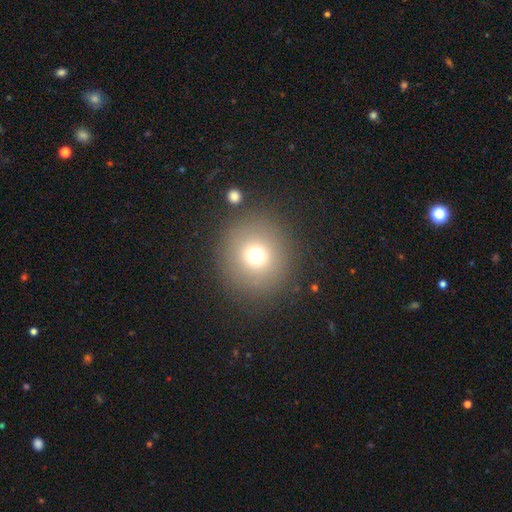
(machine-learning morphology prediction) type=smooth (71%); roundness=round (92%); merging=none (86%).